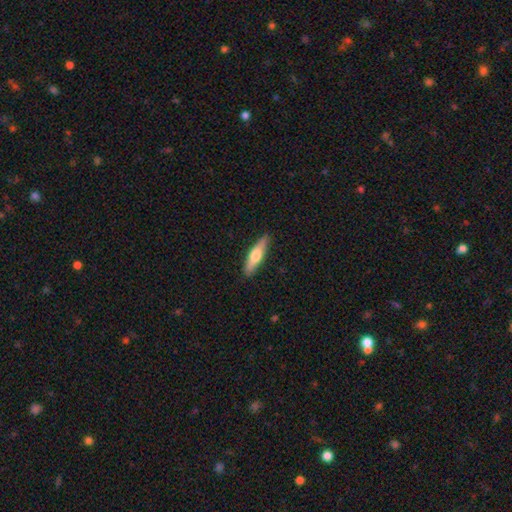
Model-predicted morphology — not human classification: smooth_or_featured: smooth (p=0.55) [alt: featured or disk p=0.40]
how_rounded: cigar-shaped (p=0.76) [alt: in between p=0.22]
merging: none (p=0.89) [alt: minor disturbance p=0.08]